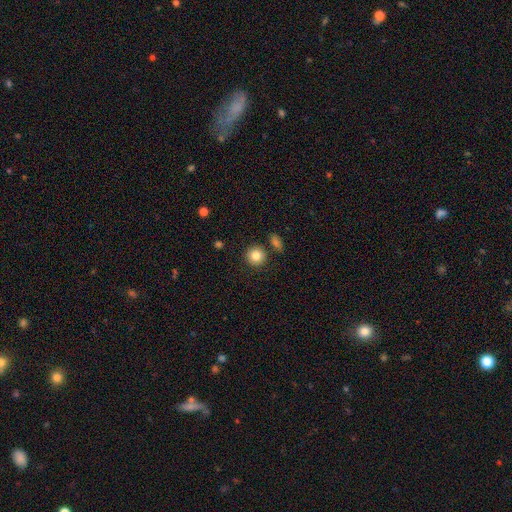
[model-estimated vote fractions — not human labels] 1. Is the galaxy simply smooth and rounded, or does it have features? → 84% smooth, 9% star or artifact, 7% featured or disk.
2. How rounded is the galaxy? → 92% round, 7% in between, 1% cigar-shaped.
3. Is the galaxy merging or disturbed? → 84% none, 8% minor disturbance, 6% merger, 2% major disturbance.